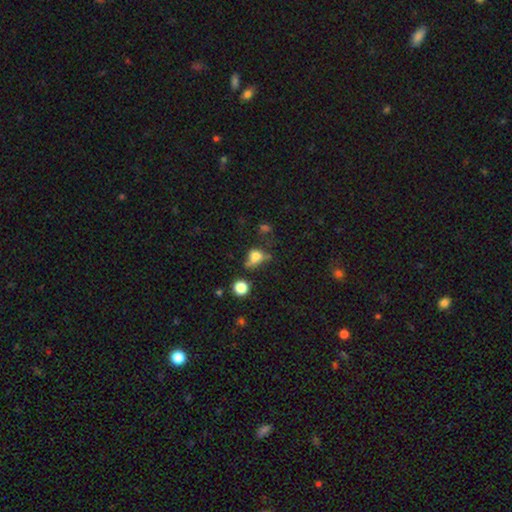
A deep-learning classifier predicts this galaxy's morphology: This appears to be a smooth galaxy with no disk features (67%) that is in between round and cigar-shaped (54%). Merging: none (31%).